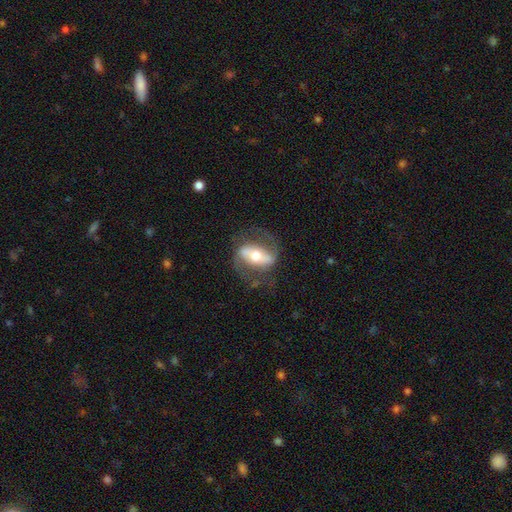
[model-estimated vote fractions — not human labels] Smooth or featured? Predicted: featured or disk (p=0.78). Edge-on disk? Predicted: no (p=0.90). Bar? Predicted: strong (p=0.65). Spiral arms? Predicted: yes (p=0.84). Spiral winding? Predicted: medium (p=0.49). Spiral arm count? Predicted: 2 (p=0.88). Bulge size? Predicted: moderate (p=0.64). Merging? Predicted: none (p=0.70).